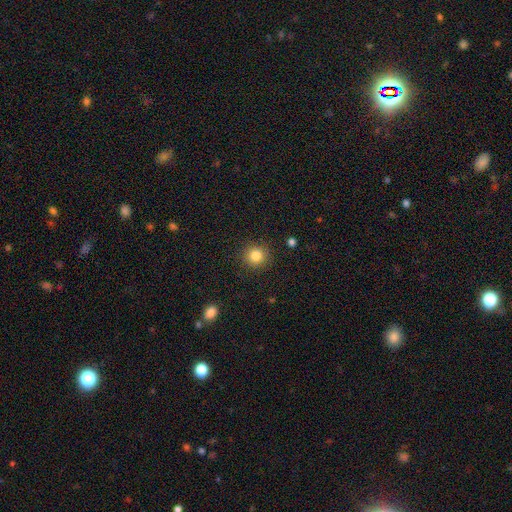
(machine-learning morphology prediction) smooth-or-featured: smooth: 83% | star or artifact: 11% | featured or disk: 6%
  how-rounded: round: 92% | in between: 7% | cigar-shaped: 1%
  merging: none: 90% | minor disturbance: 6% | major disturbance: 2% | merger: 1%